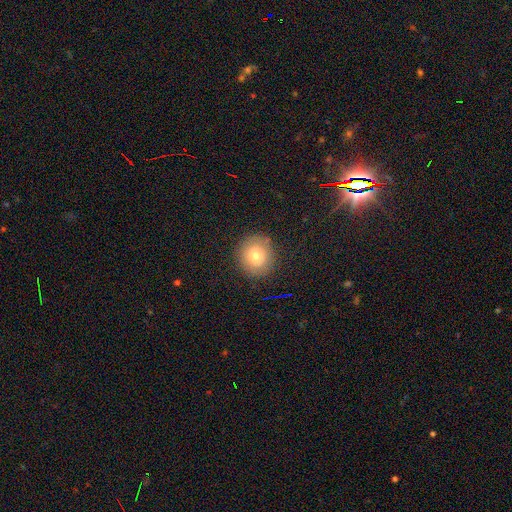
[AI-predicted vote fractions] This appears to be a smooth galaxy with no disk features (73%) that is round (86%). Merging: none (86%).